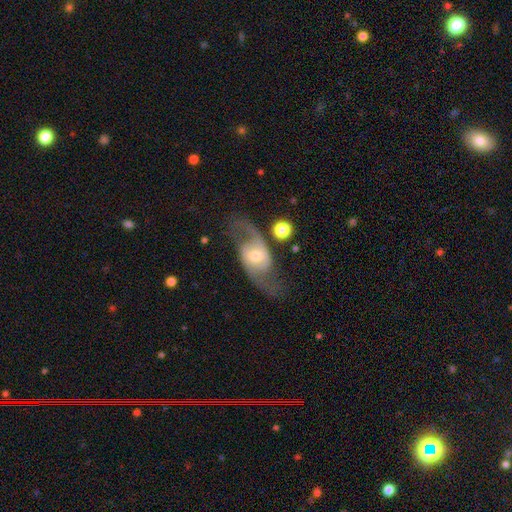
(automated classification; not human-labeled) This is clearly a featured or disk galaxy (84%). It is clearly not viewed edge-on (94%). Bar: possibly no (48%). Spiral arm pattern: clearly yes (94%). Spiral arm count: clearly 2 (92%). Spiral winding: possibly loose (58%). Central bulge: possibly moderate (54%). Merging: likely none (70%).